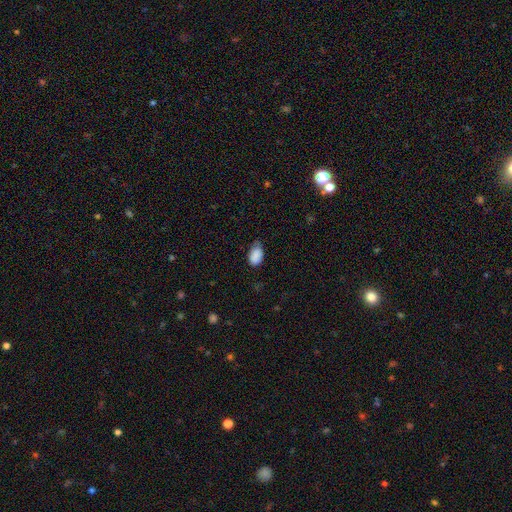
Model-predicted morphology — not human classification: Smooth or featured? Predicted: smooth (p=0.88). How rounded? Predicted: in between (p=0.91). Merging? Predicted: none (p=0.57).